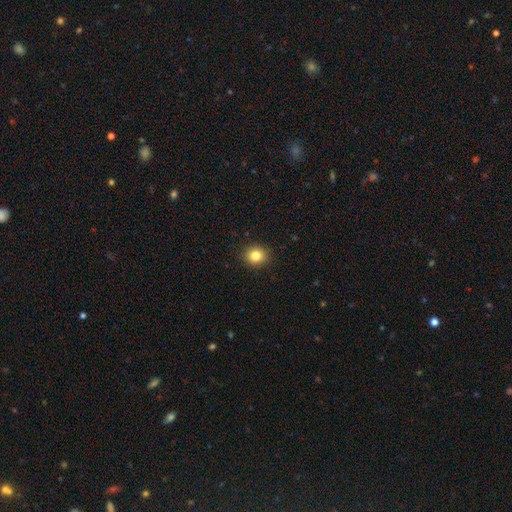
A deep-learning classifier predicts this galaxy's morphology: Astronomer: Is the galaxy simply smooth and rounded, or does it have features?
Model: smooth — 83%.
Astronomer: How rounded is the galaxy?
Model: round — 80%.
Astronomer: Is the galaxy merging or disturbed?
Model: none — 91%.